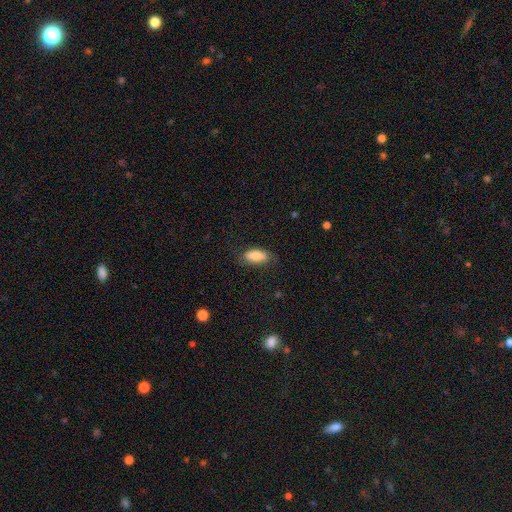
smooth 85%, featured or disk 10%, star or artifact 5%. Down the decision tree: how rounded — in between (85%); merging — none (78%).